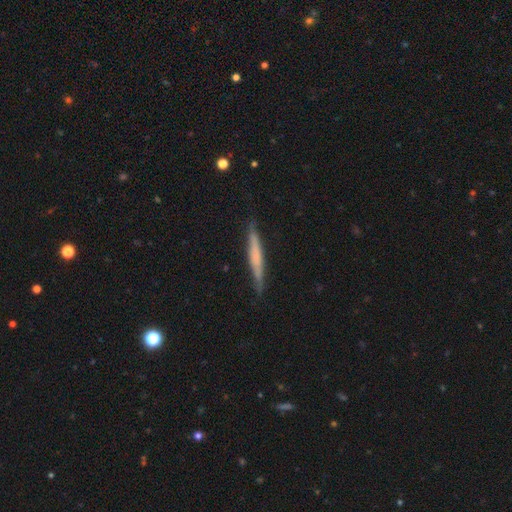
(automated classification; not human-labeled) This is possibly a smooth galaxy (49%). Merging: clearly none (84%).